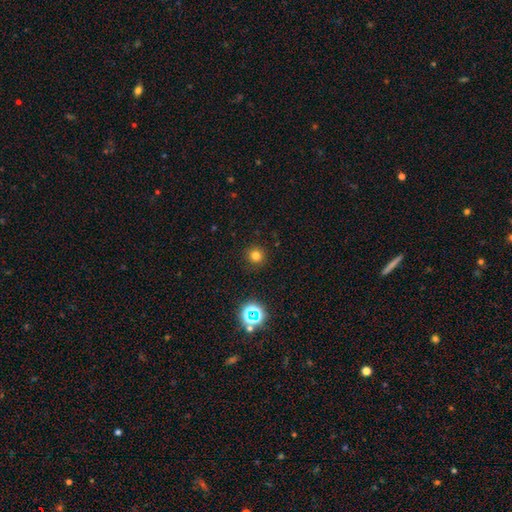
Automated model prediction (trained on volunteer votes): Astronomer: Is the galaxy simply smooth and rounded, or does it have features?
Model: smooth — 75%.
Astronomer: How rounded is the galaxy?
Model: round — 95%.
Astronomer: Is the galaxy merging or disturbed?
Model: none — 91%.